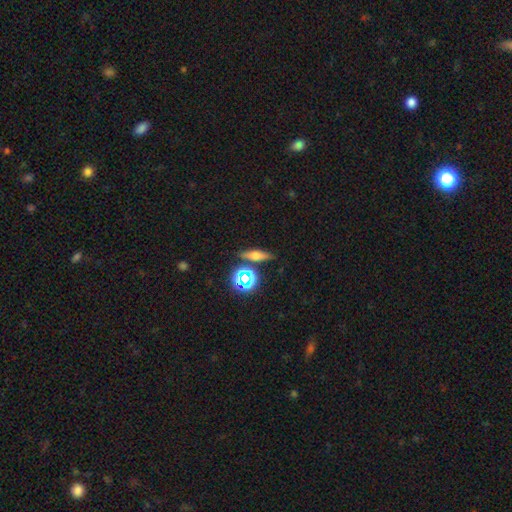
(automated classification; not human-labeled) Smooth or featured: smooth — 47% (featured or disk — 33%)
Merging: none — 81% (minor disturbance — 10%)